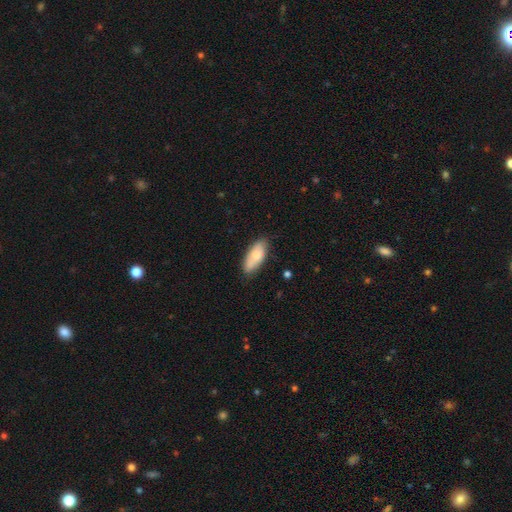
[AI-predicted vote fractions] Q: Smooth or featured?
A: smooth (72%); runner-up: featured or disk (22%)
Q: How rounded?
A: in between (84%); runner-up: cigar-shaped (14%)
Q: Merging?
A: none (76%); runner-up: minor disturbance (19%)